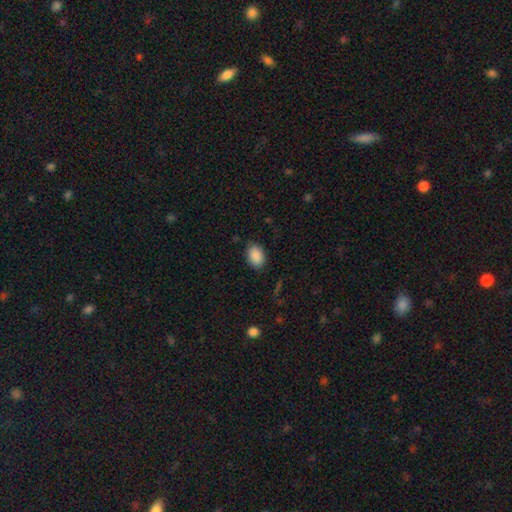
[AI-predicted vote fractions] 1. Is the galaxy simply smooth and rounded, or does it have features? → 90% smooth, 7% star or artifact, 3% featured or disk.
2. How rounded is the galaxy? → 84% in between, 15% round, 1% cigar-shaped.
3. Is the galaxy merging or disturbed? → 85% none, 11% minor disturbance, 3% major disturbance, 1% merger.